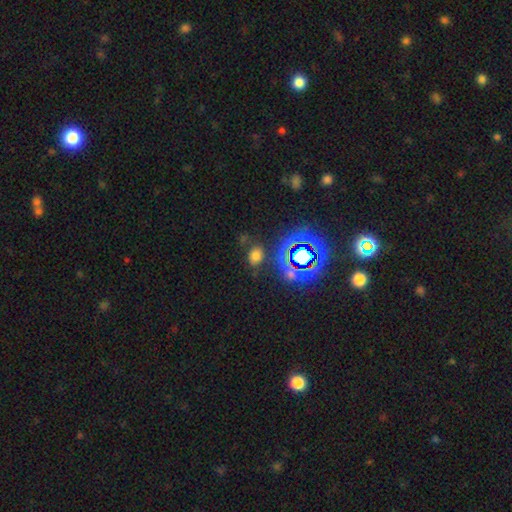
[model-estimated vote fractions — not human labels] Smooth or featured? smooth (60%)
How rounded? in between (58%)
Merging? none (74%)